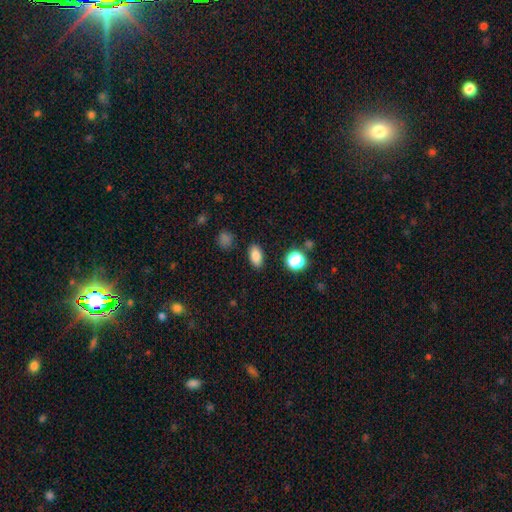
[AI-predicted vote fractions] This is clearly a smooth galaxy (83%). How rounded: clearly in between (87%). Merging: clearly none (88%).